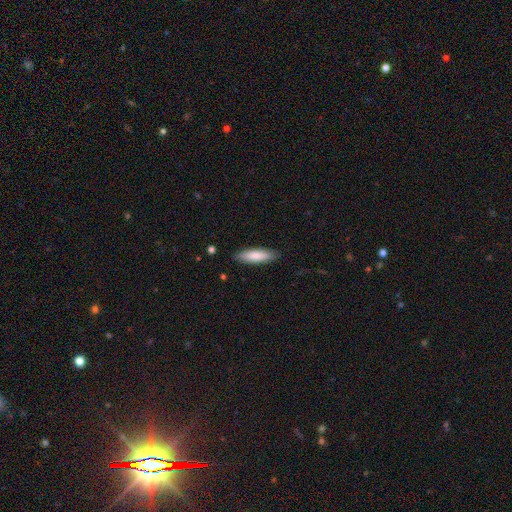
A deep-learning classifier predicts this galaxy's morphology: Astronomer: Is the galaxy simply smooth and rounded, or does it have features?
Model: smooth — 84%.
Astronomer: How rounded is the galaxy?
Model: cigar-shaped — 57% (runner-up: in between, 41%).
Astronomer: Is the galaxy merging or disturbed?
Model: none — 88%.